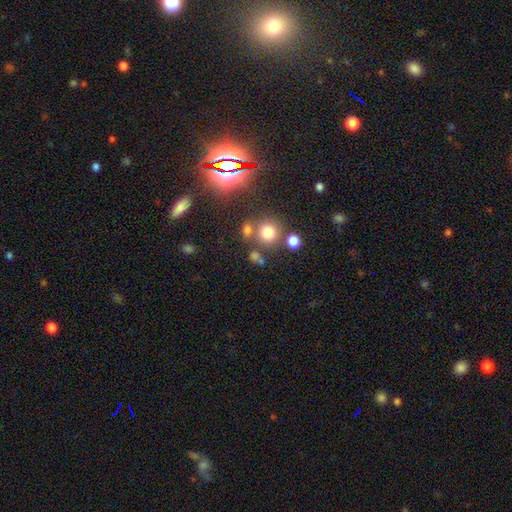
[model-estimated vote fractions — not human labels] Smooth or featured: smooth — 59% (star or artifact — 32%)
How rounded: round — 84% (in between — 14%)
Merging: none — 69% (merger — 17%)